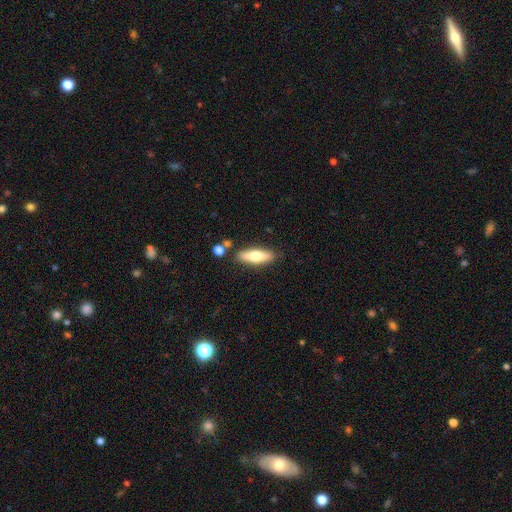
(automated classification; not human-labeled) Q: Smooth or featured?
A: smooth (66%); runner-up: featured or disk (28%)
Q: How rounded?
A: in between (50%); runner-up: cigar-shaped (48%)
Q: Merging?
A: none (82%); runner-up: minor disturbance (11%)